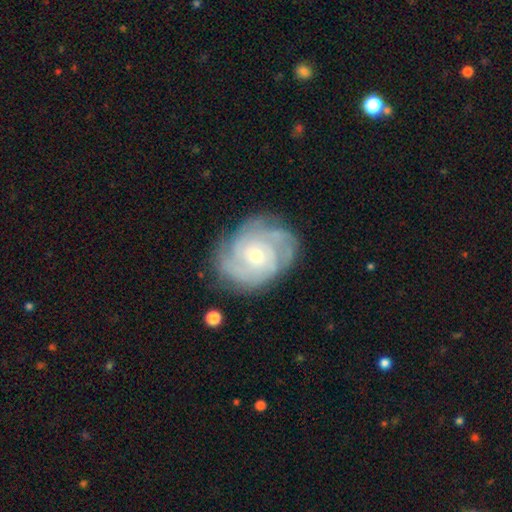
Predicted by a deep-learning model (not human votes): featured or disk 85%, smooth 9%, star or artifact 6%. Down the decision tree: edge-on disk — no (97%); bar — no (72%); spiral arms — yes (96%); spiral arm count — can't tell (30%); spiral winding — tight (69%); bulge size — small (56%); merging — none (77%).